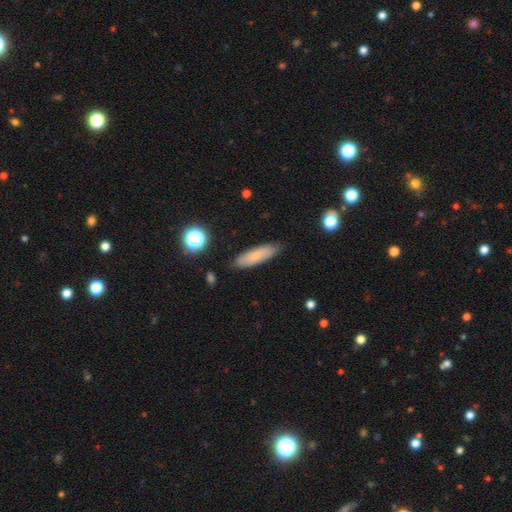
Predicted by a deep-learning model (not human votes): Smooth or featured? smooth (74%)
How rounded? cigar-shaped (66%)
Merging? none (85%)